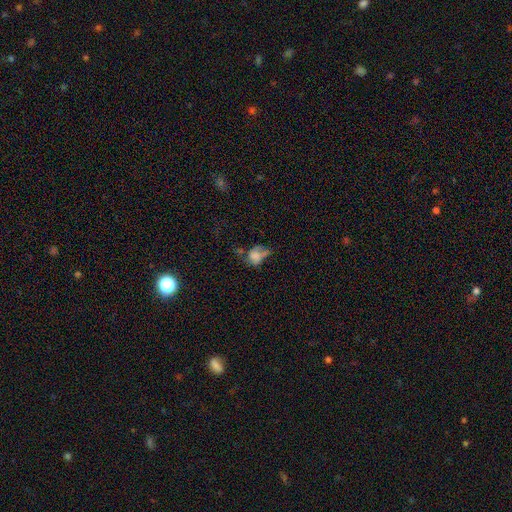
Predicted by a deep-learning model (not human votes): A smooth galaxy with no disk features (55%) that is in between round and cigar-shaped (64%). Merging: major disturbance (37%).